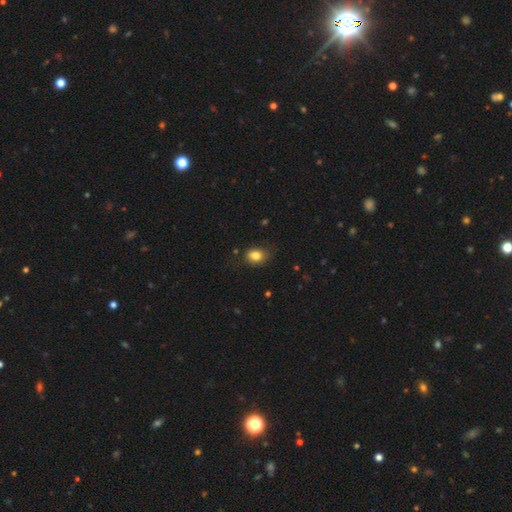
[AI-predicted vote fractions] This is clearly a smooth galaxy (82%). How rounded: likely in between (66%). Merging: likely none (70%).